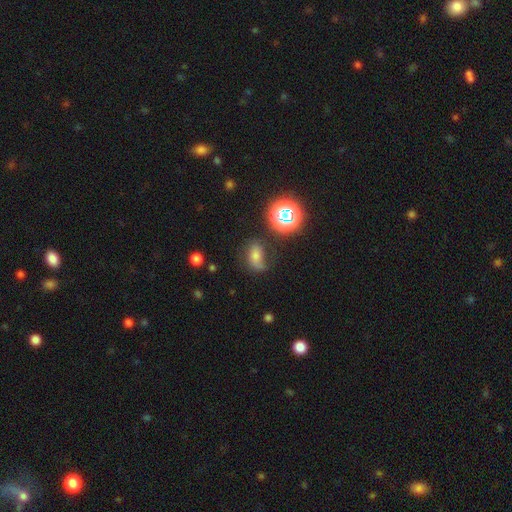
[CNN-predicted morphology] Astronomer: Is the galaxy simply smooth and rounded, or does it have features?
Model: smooth — 50% (runner-up: featured or disk, 26%).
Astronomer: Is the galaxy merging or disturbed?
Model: none — 49% (runner-up: minor disturbance, 27%).